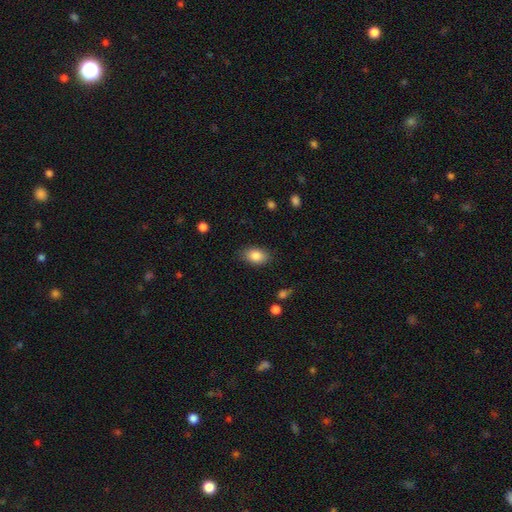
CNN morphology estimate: smooth-or-featured: smooth: 85% | star or artifact: 8% | featured or disk: 7%
  how-rounded: in between: 87% | round: 11% | cigar-shaped: 2%
  merging: none: 84% | minor disturbance: 12% | major disturbance: 3% | merger: 1%